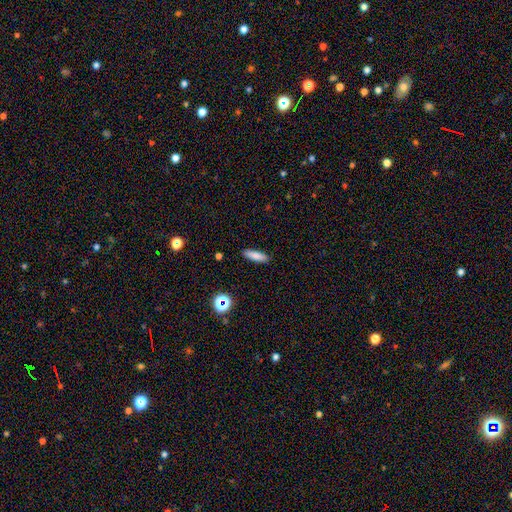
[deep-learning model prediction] This appears to be a smooth galaxy with no disk features (81%) that is cigar-shaped (62%). Merging: none (89%).